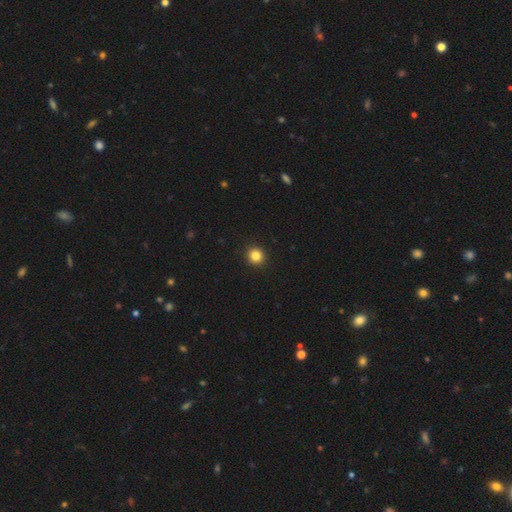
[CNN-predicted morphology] Overall: smooth (84%). How rounded: round (92%). Merging: none (93%).